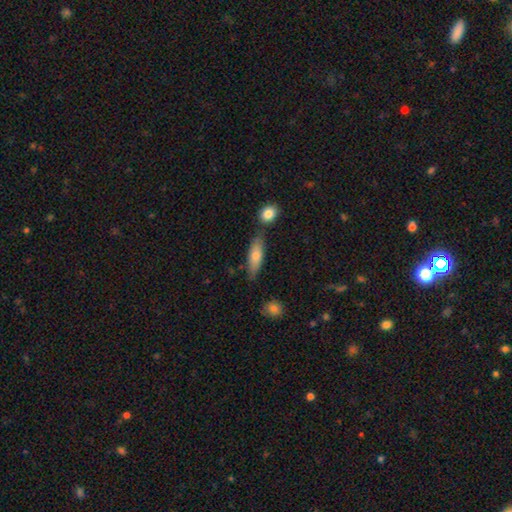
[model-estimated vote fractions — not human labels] Smooth or featured?
  - smooth: 73% *
  - featured or disk: 21%
  - star or artifact: 6%
How rounded?
  - in between: 56% *
  - cigar-shaped: 42%
  - round: 3%
Merging?
  - none: 66% *
  - minor disturbance: 18%
  - merger: 13%
  - major disturbance: 4%